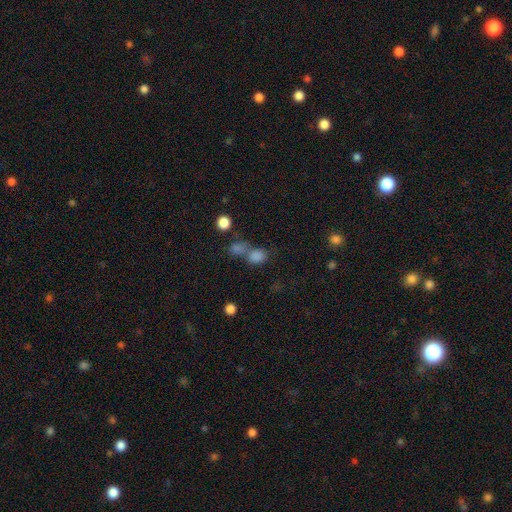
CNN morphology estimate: smooth-or-featured: smooth: 76% | star or artifact: 16% | featured or disk: 8%
  how-rounded: in between: 49% (tied) | round: 49% (tied) | cigar-shaped: 2%
  merging: merger: 47% | none: 37% | minor disturbance: 10% | major disturbance: 6%